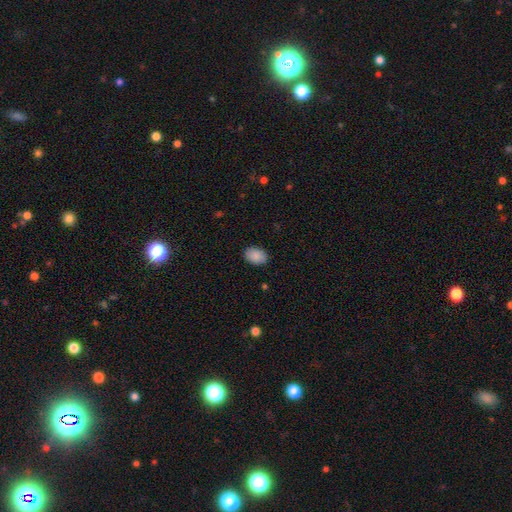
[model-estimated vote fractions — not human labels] smooth 89%, star or artifact 7%, featured or disk 4%. Down the decision tree: how rounded — in between (77%); merging — none (88%).